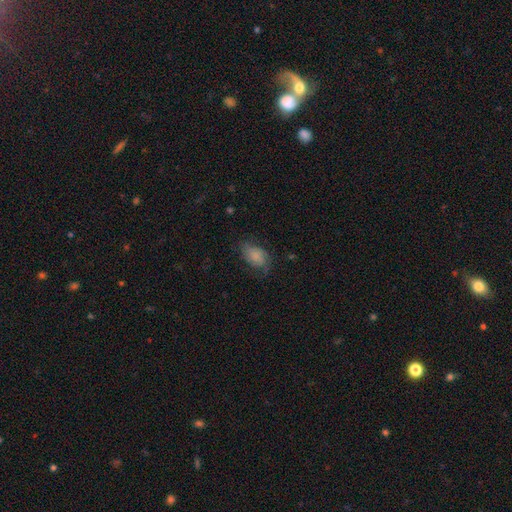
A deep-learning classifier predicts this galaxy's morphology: smooth 67%, featured or disk 24%, star or artifact 9%. Down the decision tree: how rounded — in between (85%); merging — none (55%).